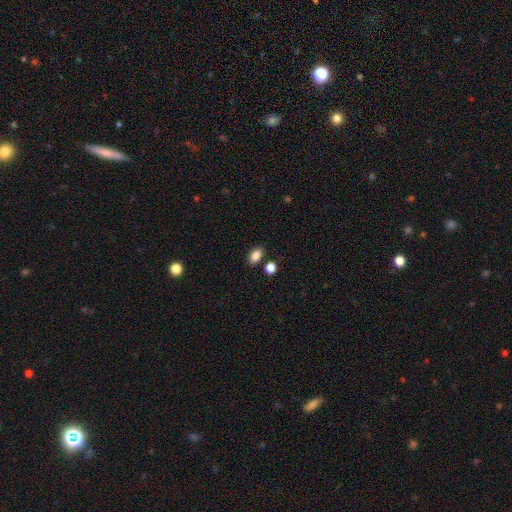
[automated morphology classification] smooth_or_featured: smooth (p=0.86) [alt: star or artifact p=0.10]
how_rounded: in between (p=0.84) [alt: round p=0.15]
merging: none (p=0.82) [alt: minor disturbance p=0.10]